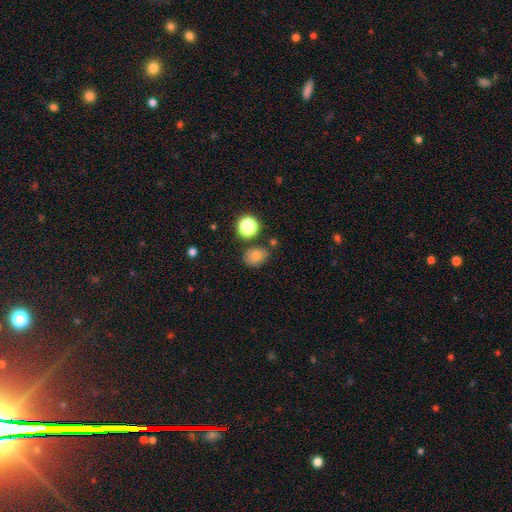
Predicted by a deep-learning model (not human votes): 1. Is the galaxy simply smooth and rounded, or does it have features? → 66% smooth, 24% star or artifact, 11% featured or disk.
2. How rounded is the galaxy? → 50% round, 49% in between, 1% cigar-shaped.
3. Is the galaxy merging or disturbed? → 77% none, 13% minor disturbance, 7% merger, 4% major disturbance.